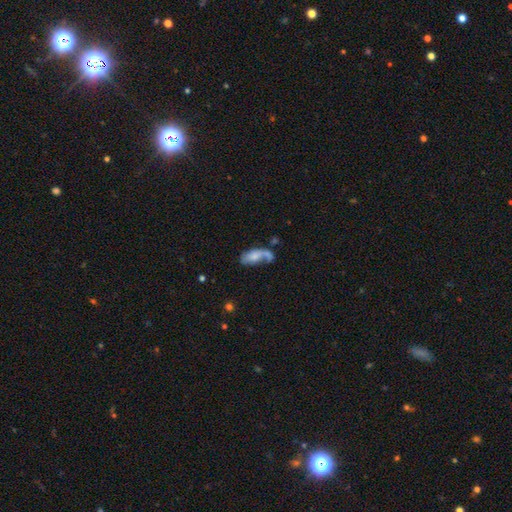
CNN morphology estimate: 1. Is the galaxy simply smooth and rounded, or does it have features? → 55% smooth, 37% featured or disk, 8% star or artifact.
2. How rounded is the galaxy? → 83% in between, 13% cigar-shaped, 4% round.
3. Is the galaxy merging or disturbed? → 29% none, 27% major disturbance, 24% merger, 19% minor disturbance.